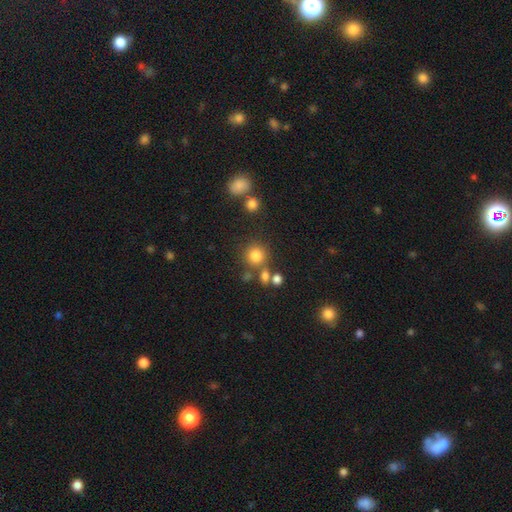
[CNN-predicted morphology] smooth-or-featured: smooth: 79% | star or artifact: 14% | featured or disk: 7%
  how-rounded: round: 90% | in between: 9% | cigar-shaped: 1%
  merging: none: 69% | merger: 15% | minor disturbance: 10% | major disturbance: 5%